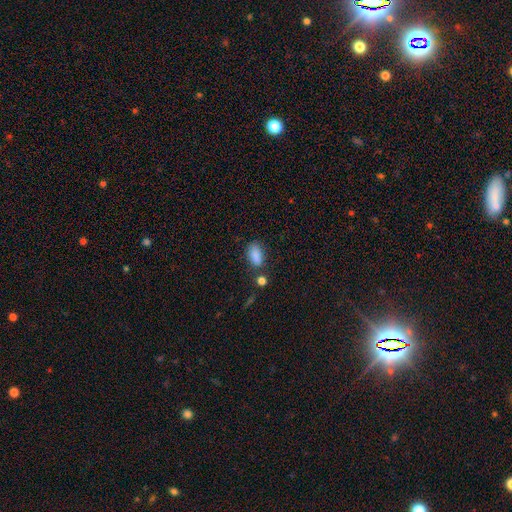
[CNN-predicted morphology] Smooth or featured? Predicted: smooth (p=0.86). How rounded? Predicted: in between (p=0.89). Merging? Predicted: none (p=0.65).